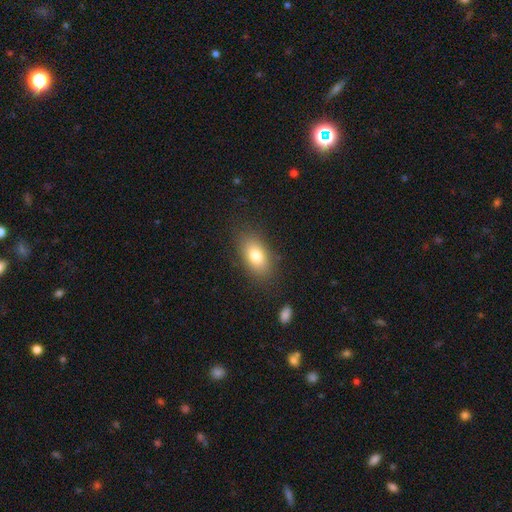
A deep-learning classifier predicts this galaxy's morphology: This is likely a smooth galaxy (79%). How rounded: clearly in between (89%). Merging: clearly none (83%).